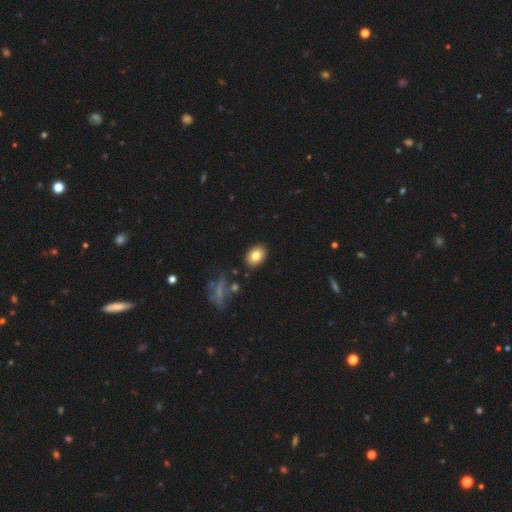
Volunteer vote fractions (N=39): Q: Smooth or featured?
A: smooth (79%); runner-up: featured or disk (13%)
Q: How rounded?
A: in between (81%); runner-up: round (19%)
Q: Merging?
A: none (83%); runner-up: minor disturbance (14%)